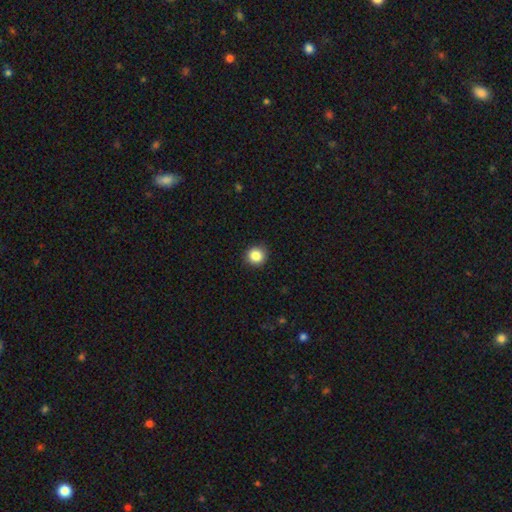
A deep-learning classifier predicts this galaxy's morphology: Smooth or featured? Predicted: smooth (p=0.86). How rounded? Predicted: round (p=0.92). Merging? Predicted: none (p=0.90).